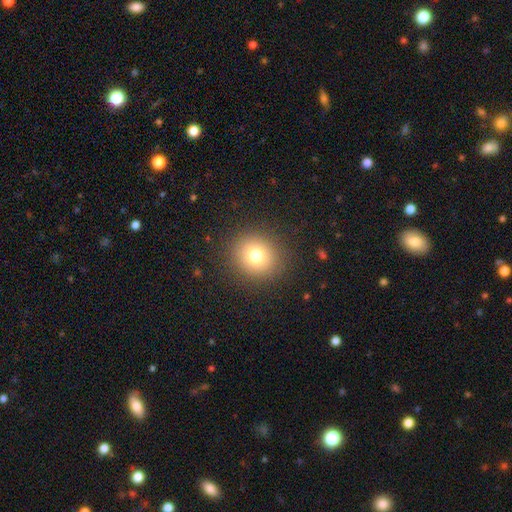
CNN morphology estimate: Overall: smooth (76%). How rounded: round (85%). Merging: none (89%).